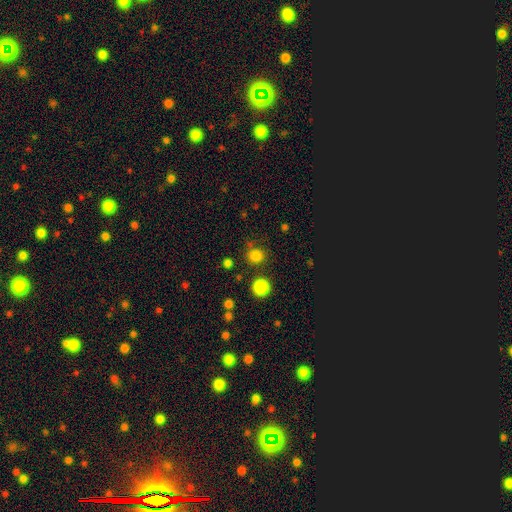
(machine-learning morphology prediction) type=smooth (80%); roundness=round (90%); merging=none (81%).